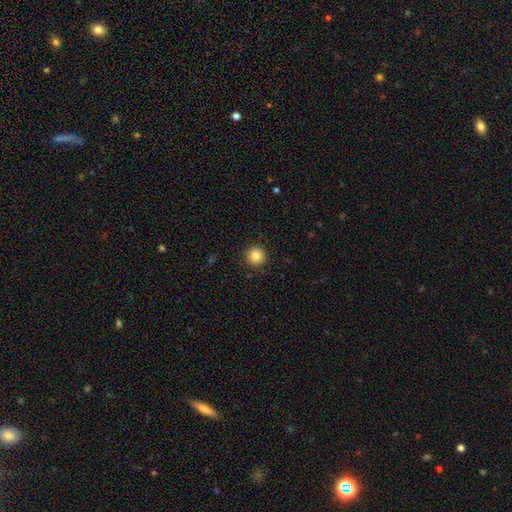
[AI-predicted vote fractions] Smooth or featured? Predicted: smooth (p=0.84). How rounded? Predicted: round (p=0.96). Merging? Predicted: none (p=0.91).